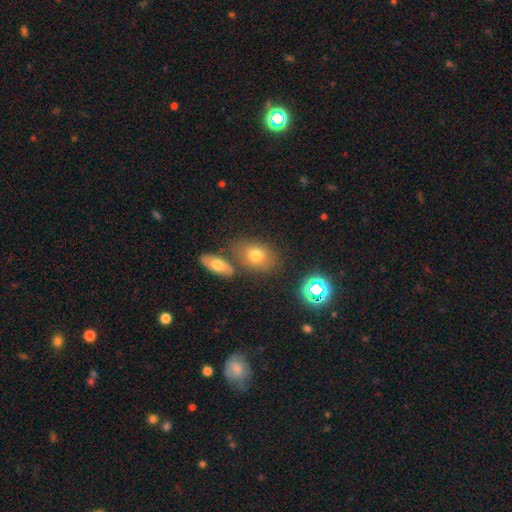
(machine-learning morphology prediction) smooth 72%, featured or disk 15%, star or artifact 13%. Down the decision tree: how rounded — in between (74%); merging — none (63%).